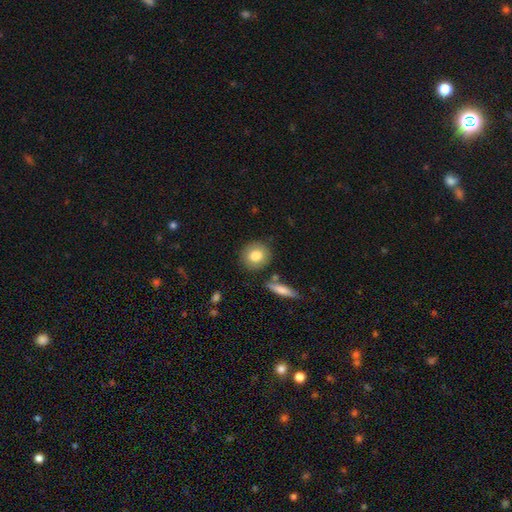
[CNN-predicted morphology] A smooth galaxy with no disk features (79%) that is round (84%). Merging: none (85%).